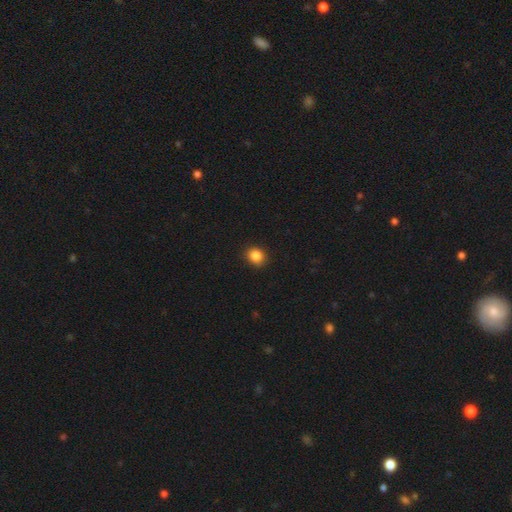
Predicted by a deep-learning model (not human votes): Morphology: type=smooth (86%); roundness=round (73%); merging=none (90%).